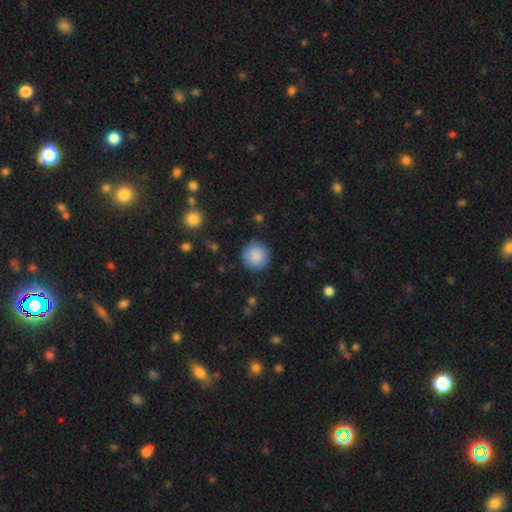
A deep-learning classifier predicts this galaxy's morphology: Smooth or featured: smooth — 88% (star or artifact — 7%)
How rounded: round — 95% (in between — 4%)
Merging: none — 89% (minor disturbance — 7%)